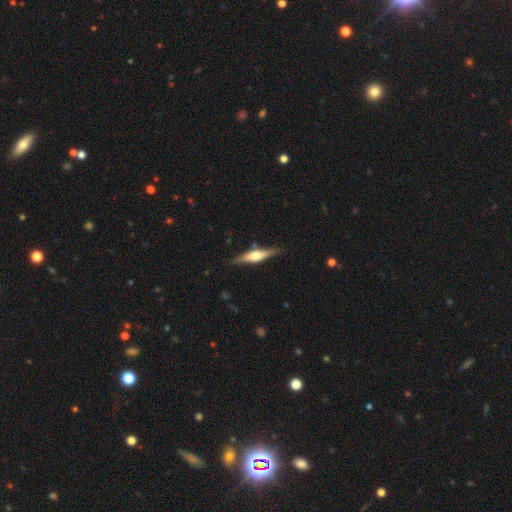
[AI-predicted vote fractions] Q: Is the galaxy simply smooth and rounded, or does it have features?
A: featured or disk — 68%.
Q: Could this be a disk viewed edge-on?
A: yes — 97%.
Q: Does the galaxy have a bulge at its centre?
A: rounded — 89%.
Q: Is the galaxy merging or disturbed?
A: none — 87%.